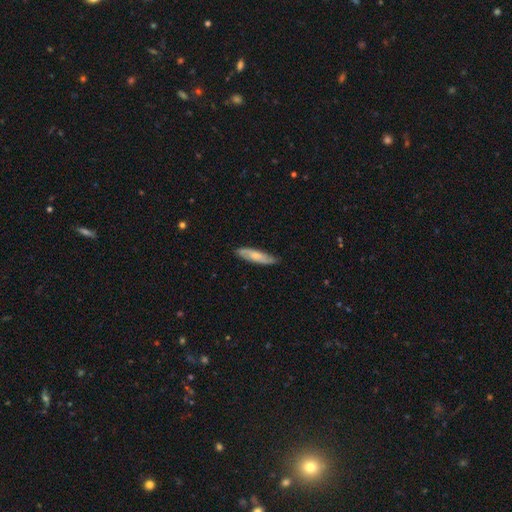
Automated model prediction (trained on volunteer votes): Q: Smooth or featured?
A: smooth (58%); runner-up: featured or disk (36%)
Q: How rounded?
A: cigar-shaped (70%); runner-up: in between (28%)
Q: Merging?
A: none (81%); runner-up: minor disturbance (16%)